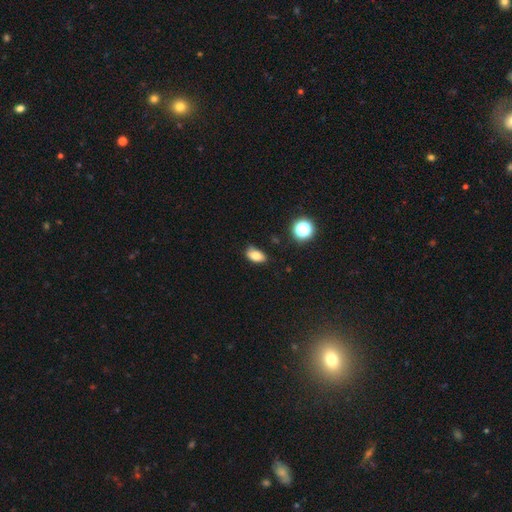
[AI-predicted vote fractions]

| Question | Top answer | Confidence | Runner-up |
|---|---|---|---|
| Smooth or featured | smooth | 78% | star or artifact (11%) |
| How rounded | in between | 90% | round (8%) |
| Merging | none | 73% | minor disturbance (22%) |